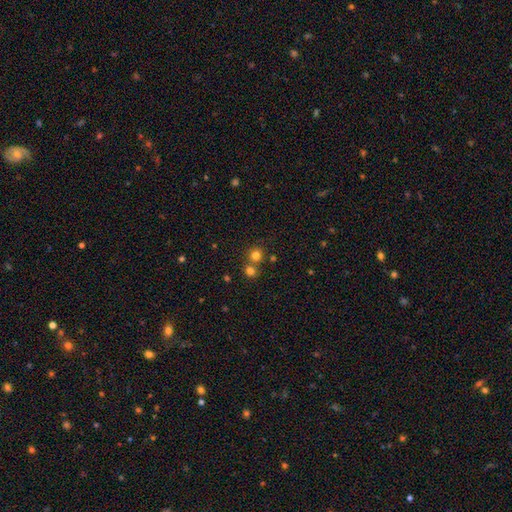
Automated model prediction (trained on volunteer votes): This is likely a smooth galaxy (76%). How rounded: clearly round (90%). Merging: likely none (61%).